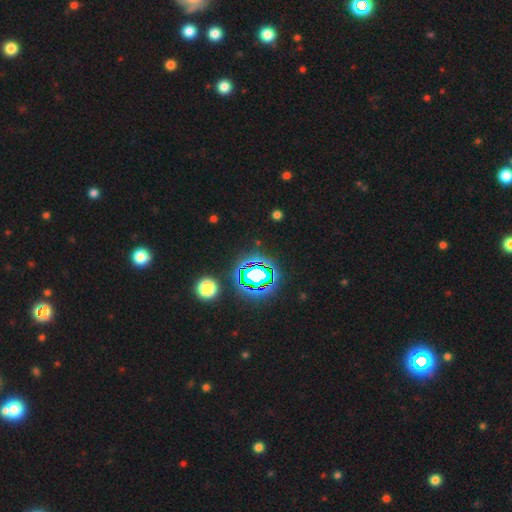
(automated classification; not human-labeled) smooth-or-featured: star or artifact: 82% | smooth: 11% | featured or disk: 7%